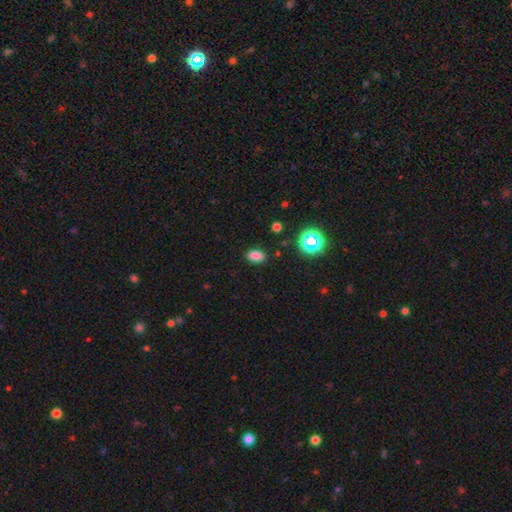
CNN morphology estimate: type=smooth (79%); roundness=in between (86%); merging=none (87%).